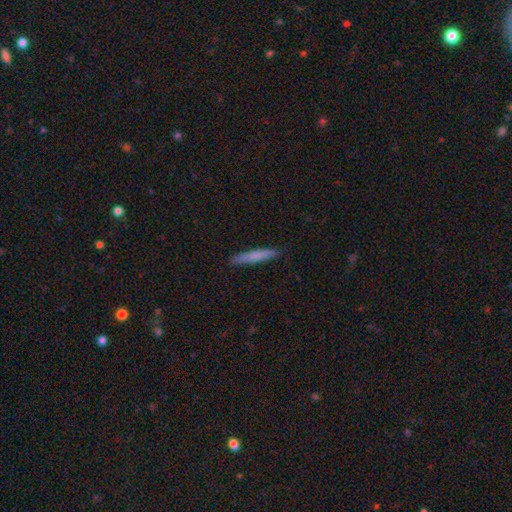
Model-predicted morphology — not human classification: A smooth galaxy with no disk features (71%) that is cigar-shaped (95%).

Vote fractions:
- Smooth or featured? smooth: 71% / featured or disk: 23% / star or artifact: 6%
- How rounded? cigar-shaped: 95% / in between: 4% / round: 1%
- Merging? none: 90% / minor disturbance: 7% / major disturbance: 1% / merger: 1%